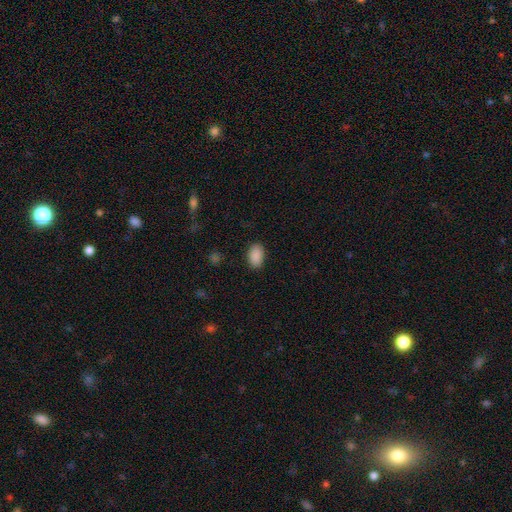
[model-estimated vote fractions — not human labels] The model was most divided on "merging": none: 88%, minor disturbance: 9%, major disturbance: 2%, merger: 1%. More confident: how rounded — in between (91%); smooth or featured — smooth (90%).